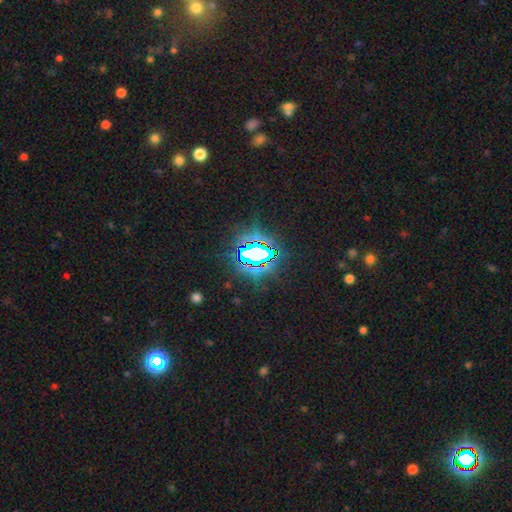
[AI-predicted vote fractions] Smooth or featured: star or artifact — 76% (smooth — 13%)